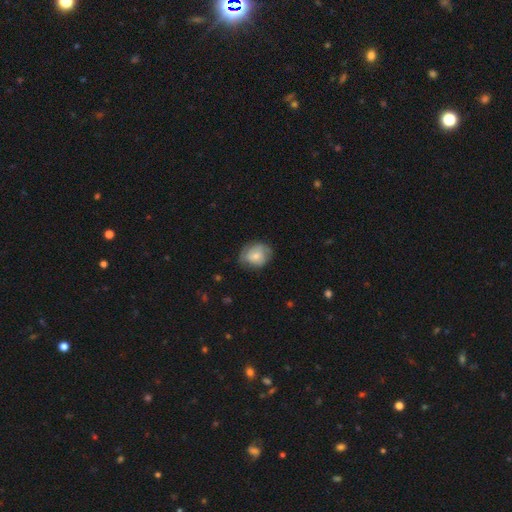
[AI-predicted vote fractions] smooth-or-featured: smooth: 53% | featured or disk: 40% | star or artifact: 7%
  how-rounded: round: 61% | in between: 38% | cigar-shaped: 1%
  merging: none: 63% | minor disturbance: 27% | major disturbance: 9% | merger: 1%